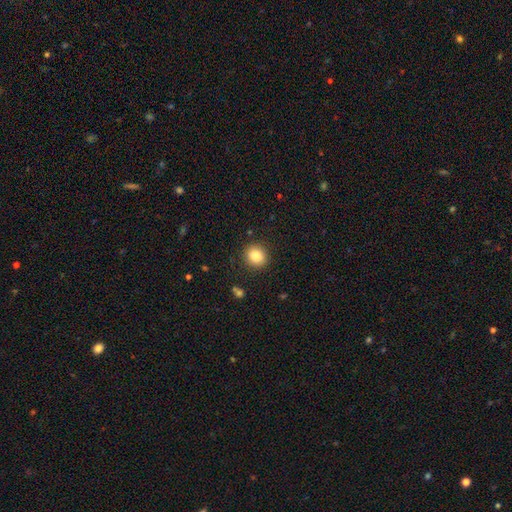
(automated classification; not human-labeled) Morphology: type=smooth (85%); roundness=round (83%); merging=none (89%).